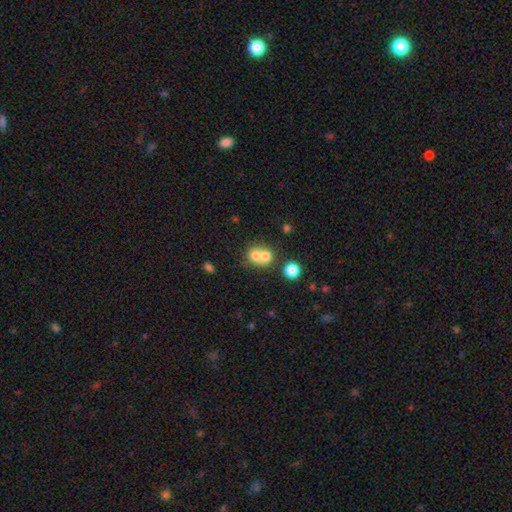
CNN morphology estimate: Smooth or featured? Predicted: smooth (p=0.68). How rounded? Predicted: round (p=0.74). Merging? Predicted: merger (p=0.66).